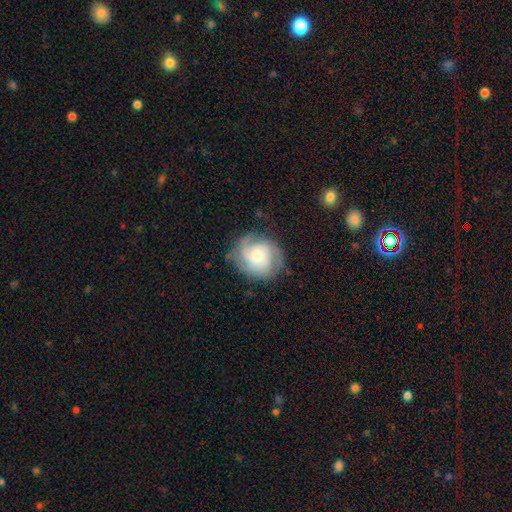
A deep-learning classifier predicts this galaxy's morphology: Smooth or featured? Predicted: featured or disk (p=0.70). Edge-on disk? Predicted: no (p=0.98). Bar? Predicted: no (p=0.71). Spiral arms? Predicted: yes (p=0.94). Spiral winding? Predicted: tight (p=0.49). Spiral arm count? Predicted: 3 (p=0.35). Bulge size? Predicted: moderate (p=0.41). Merging? Predicted: none (p=0.75).